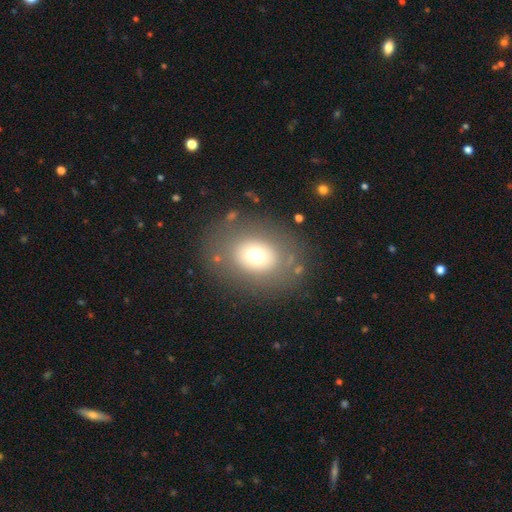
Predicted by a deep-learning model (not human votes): This appears to be a smooth galaxy with no disk features (66%) that is in between round and cigar-shaped (56%). Merging: none (78%).